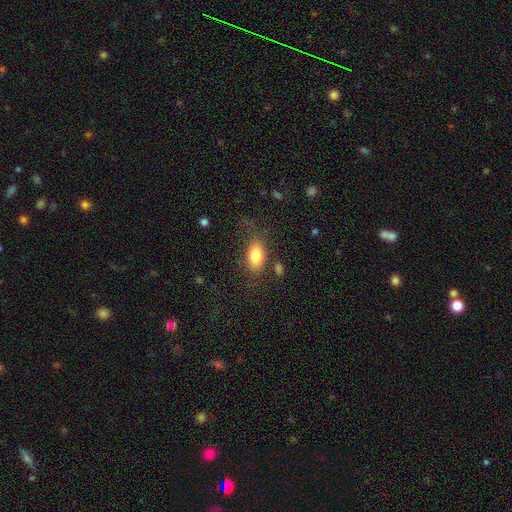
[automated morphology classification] smooth-or-featured: smooth: 81% | featured or disk: 11% | star or artifact: 8%
  how-rounded: in between: 89% | round: 6% | cigar-shaped: 5%
  merging: none: 72% | minor disturbance: 16% | major disturbance: 8% | merger: 3%